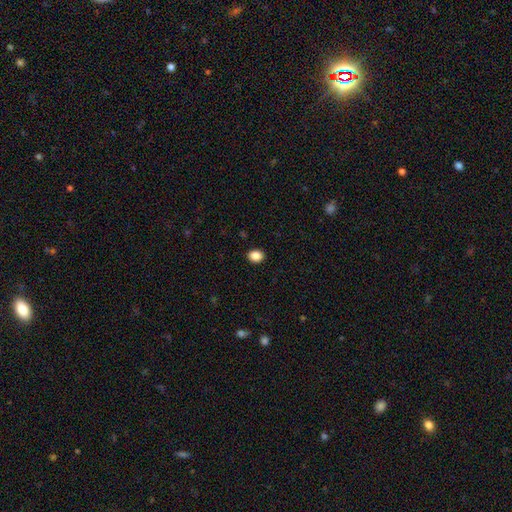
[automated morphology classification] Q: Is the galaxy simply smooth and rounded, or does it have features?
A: smooth — 87%.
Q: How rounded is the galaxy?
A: round — 50%.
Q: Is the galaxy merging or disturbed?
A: none — 91%.